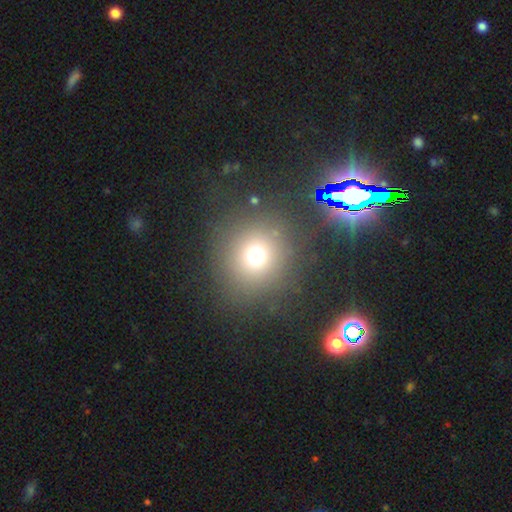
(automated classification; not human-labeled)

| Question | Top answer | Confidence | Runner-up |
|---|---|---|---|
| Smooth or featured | smooth | 70% | star or artifact (20%) |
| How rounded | round | 92% | in between (7%) |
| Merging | none | 81% | minor disturbance (8%) |